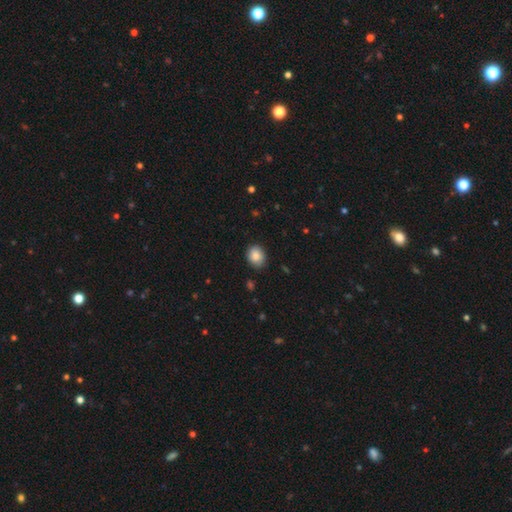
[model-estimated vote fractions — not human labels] Overall: smooth (85%). How rounded: round (56%; in between 43%). Merging: none (85%).